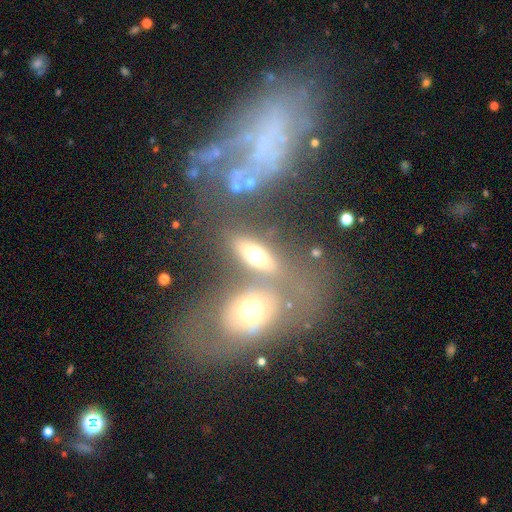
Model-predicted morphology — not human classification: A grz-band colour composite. It shows a smooth galaxy with no disk features (58%) that is in between round and cigar-shaped (68%). Merging: none (56%).